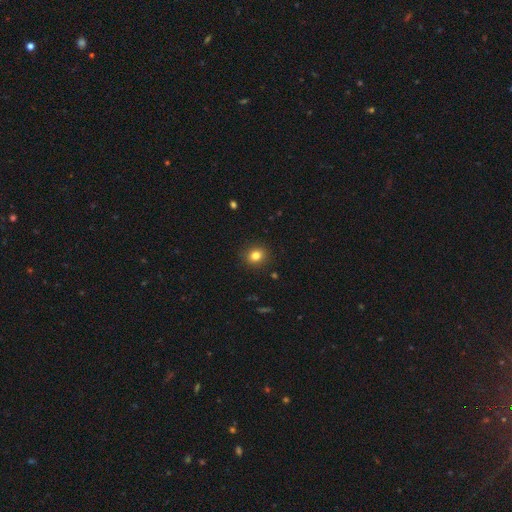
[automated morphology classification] smooth-or-featured: smooth: 82% | star or artifact: 12% | featured or disk: 6%
  how-rounded: round: 74% | in between: 25% | cigar-shaped: 1%
  merging: none: 91% | minor disturbance: 6% | major disturbance: 2% | merger: 1%